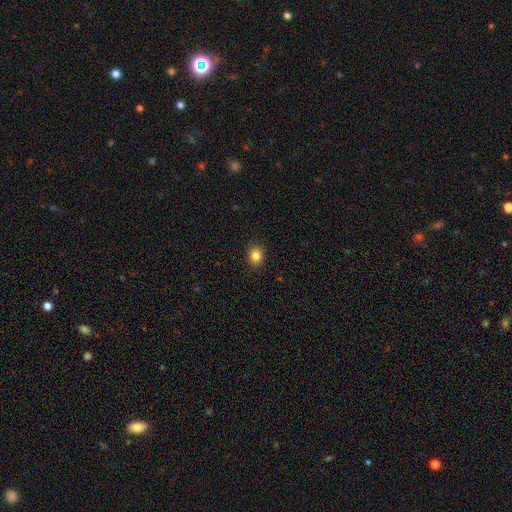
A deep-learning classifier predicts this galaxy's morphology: This is clearly a smooth galaxy (84%). How rounded: likely round (73%). Merging: clearly none (90%).